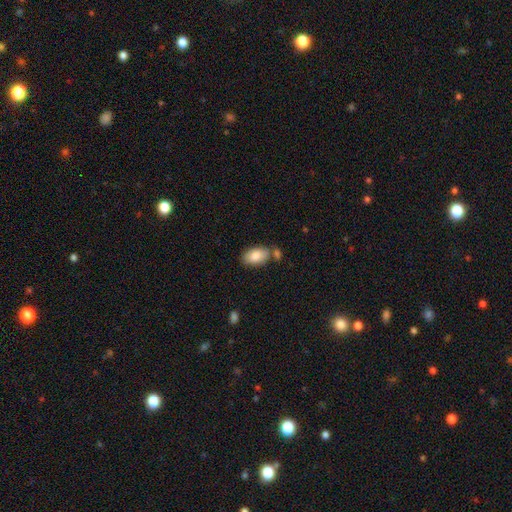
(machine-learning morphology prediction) smooth_or_featured: smooth (p=0.83) [alt: featured or disk p=0.10]
how_rounded: in between (p=0.93) [alt: round p=0.05]
merging: none (p=0.66) [alt: merger p=0.16]